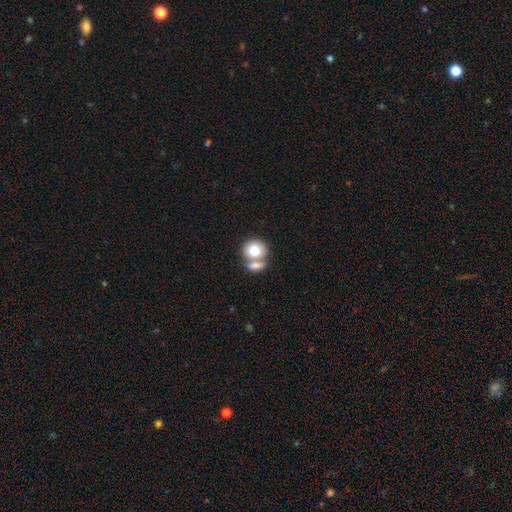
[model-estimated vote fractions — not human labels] A smooth galaxy with no disk features (73%) that is round (78%). Merging: merger (47%).